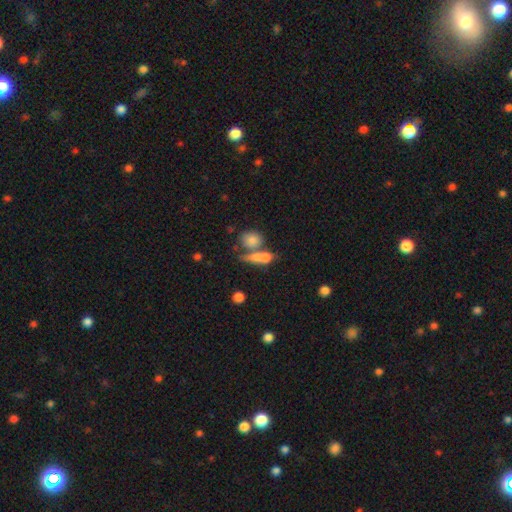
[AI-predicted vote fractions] Morphology: type=smooth (52%); roundness=in between (48%); merging=none (45%).